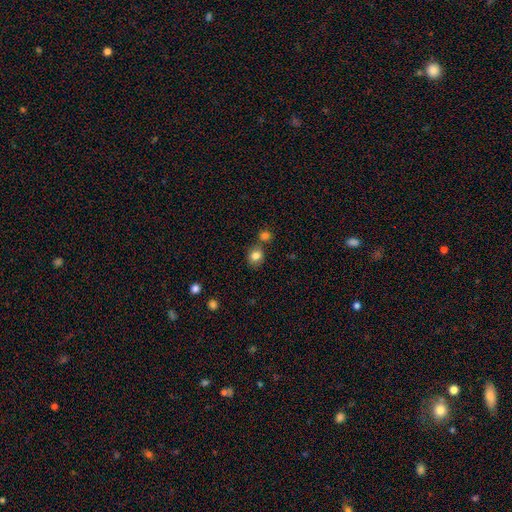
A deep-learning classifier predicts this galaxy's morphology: This appears to be a smooth galaxy with no disk features (83%) that is round (57%). Merging: none (67%).